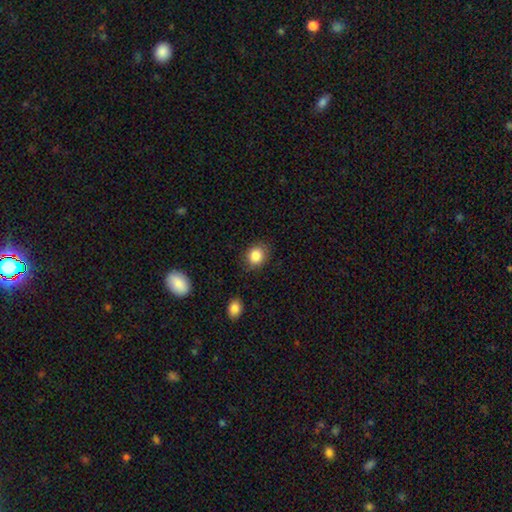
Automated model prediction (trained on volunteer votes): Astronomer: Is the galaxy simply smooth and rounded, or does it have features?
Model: smooth — 85%.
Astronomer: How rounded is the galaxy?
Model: round — 66%.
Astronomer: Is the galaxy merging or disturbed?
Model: none — 83%.